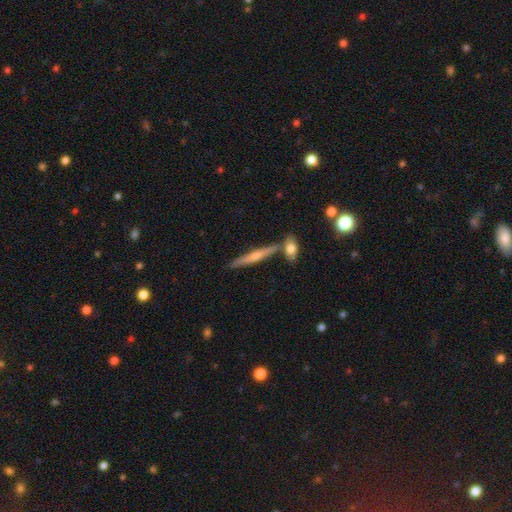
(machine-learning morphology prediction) Smooth or featured?
  - featured or disk: 49% *
  - smooth: 45%
  - star or artifact: 6%
Merging?
  - none: 75% *
  - merger: 13%
  - minor disturbance: 10%
  - major disturbance: 2%